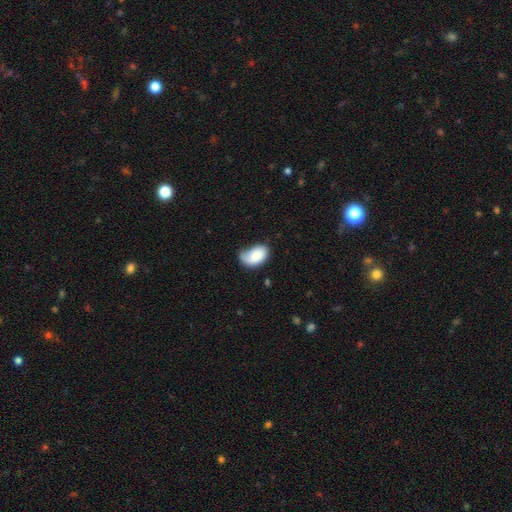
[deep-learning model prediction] smooth 83%, featured or disk 11%, star or artifact 6%. Down the decision tree: how rounded — in between (91%); merging — none (43%).